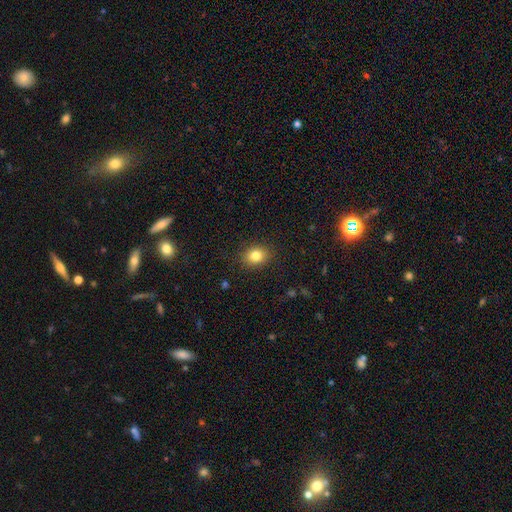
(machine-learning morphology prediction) smooth_or_featured: smooth (p=0.82) [alt: star or artifact p=0.11]
how_rounded: round (p=0.55) [alt: in between p=0.44]
merging: none (p=0.88) [alt: minor disturbance p=0.08]